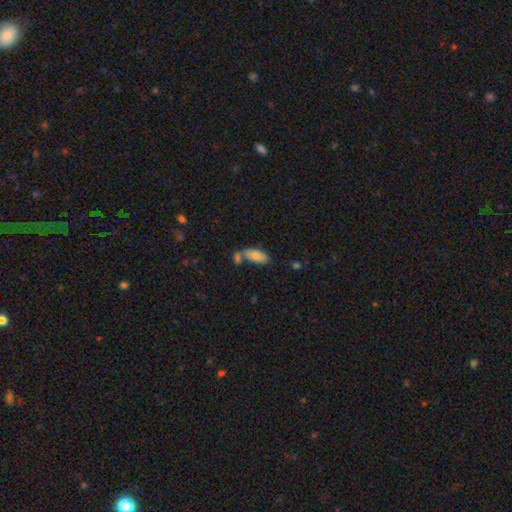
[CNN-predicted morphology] This appears to be a smooth galaxy with no disk features (79%) that is in between round and cigar-shaped (88%). Merging: none (50%).